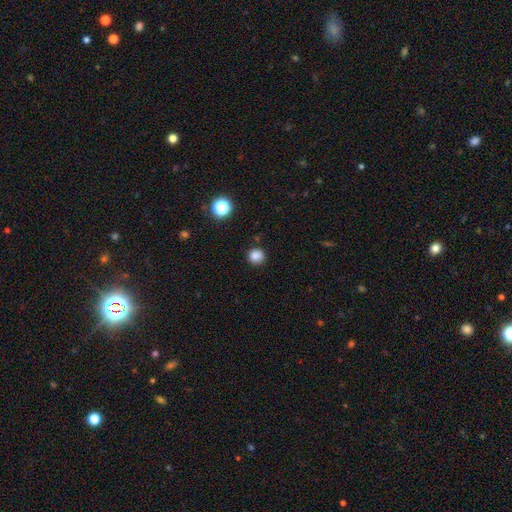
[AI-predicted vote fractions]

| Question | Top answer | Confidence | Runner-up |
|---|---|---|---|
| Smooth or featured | smooth | 84% | star or artifact (13%) |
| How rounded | round | 91% | in between (8%) |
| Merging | none | 87% | minor disturbance (9%) |